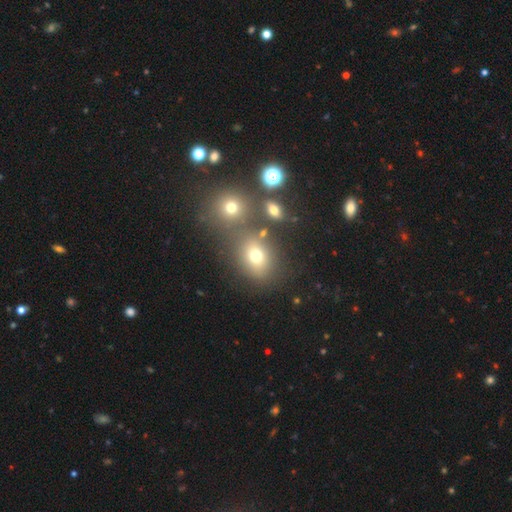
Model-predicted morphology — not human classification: The model was most divided on "how rounded": round: 51%, in between: 47%, cigar-shaped: 2%. More confident: smooth or featured — smooth (70%); merging — none (64%).